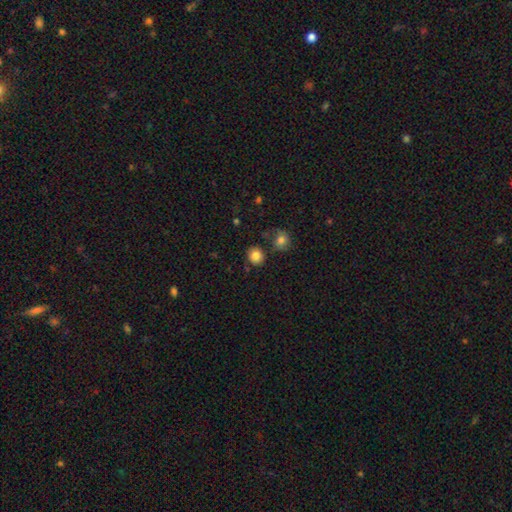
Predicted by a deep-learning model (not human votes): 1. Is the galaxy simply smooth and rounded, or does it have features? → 84% smooth, 10% star or artifact, 6% featured or disk.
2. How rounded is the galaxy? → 83% round, 16% in between, 1% cigar-shaped.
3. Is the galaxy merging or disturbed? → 80% none, 10% minor disturbance, 7% merger, 3% major disturbance.